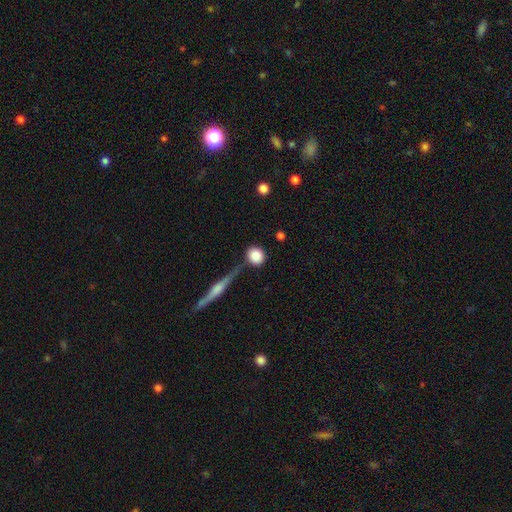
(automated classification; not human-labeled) This is clearly a smooth galaxy (83%). How rounded: clearly round (87%). Merging: likely none (73%).